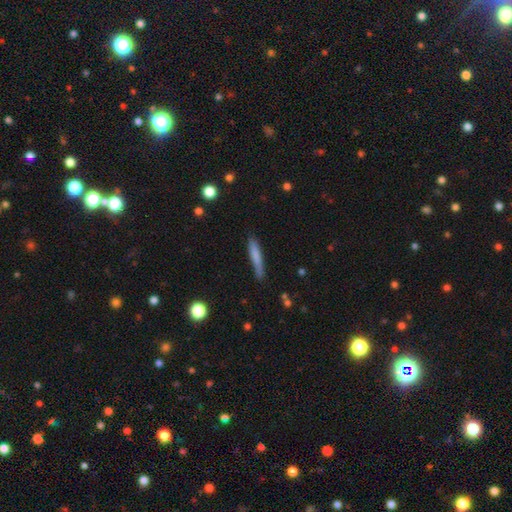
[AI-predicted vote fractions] Smooth or featured: smooth — 73% (featured or disk — 20%)
How rounded: cigar-shaped — 92% (in between — 7%)
Merging: none — 75% (minor disturbance — 19%)